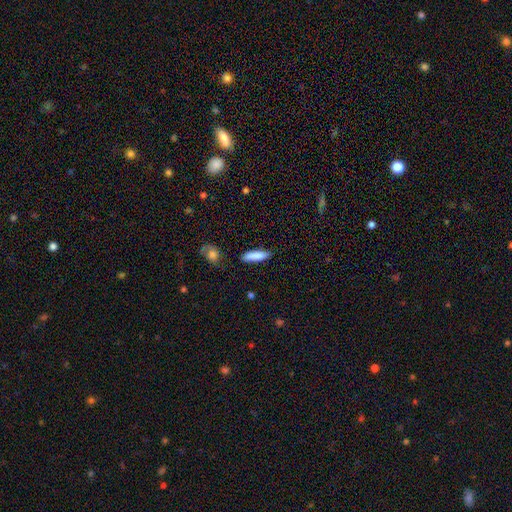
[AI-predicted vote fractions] Overall: smooth (86%). How rounded: cigar-shaped (67%; in between 32%). Merging: none (86%).